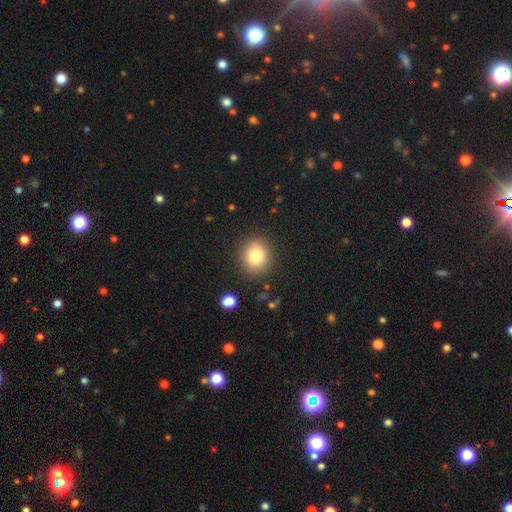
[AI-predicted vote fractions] Morphology: type=smooth (81%); roundness=round (81%); merging=none (87%).